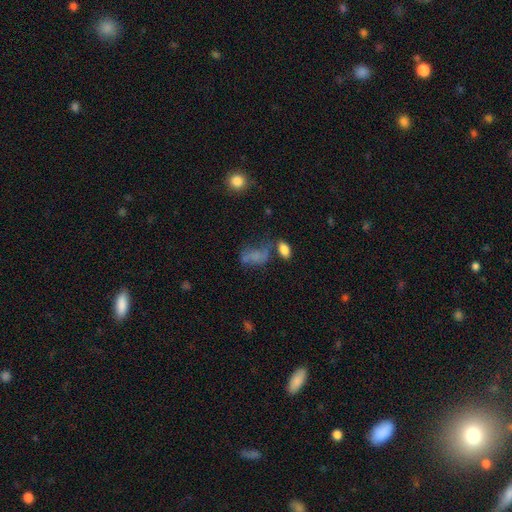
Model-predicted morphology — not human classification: A smooth galaxy with no disk features (58%) that is in between round and cigar-shaped (80%). Merging: none (32%).